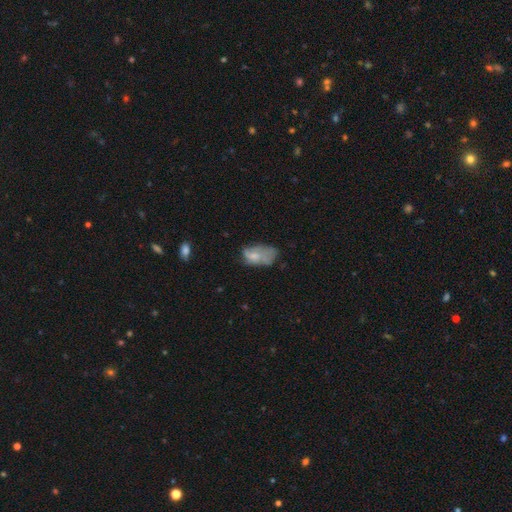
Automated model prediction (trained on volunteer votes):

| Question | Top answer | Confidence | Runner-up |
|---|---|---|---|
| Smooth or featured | smooth | 55% | featured or disk (36%) |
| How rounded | in between | 91% | round (7%) |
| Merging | major disturbance | 34% | minor disturbance (32%) |